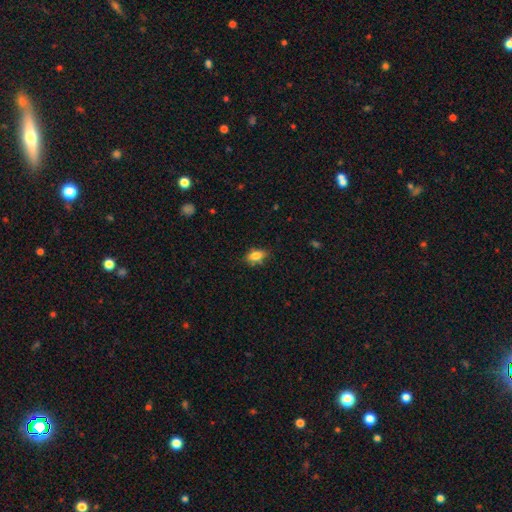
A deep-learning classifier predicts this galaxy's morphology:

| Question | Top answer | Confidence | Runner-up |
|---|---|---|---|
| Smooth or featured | smooth | 81% | featured or disk (9%) |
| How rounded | in between | 83% | round (12%) |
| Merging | none | 74% | minor disturbance (20%) |